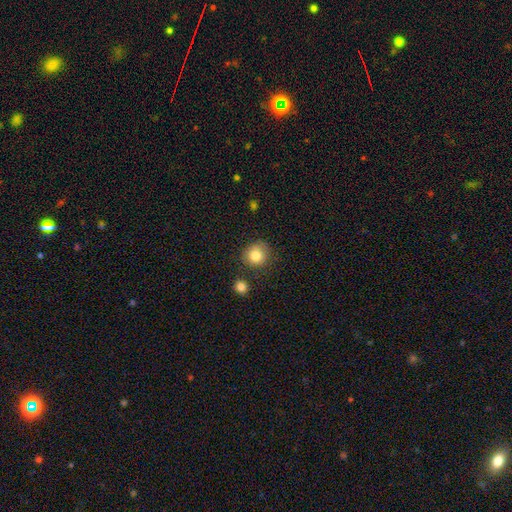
A smooth galaxy with no disk features (89%) that is round (88%).

Vote fractions:
- Smooth or featured? smooth: 89% / featured or disk: 8% / star or artifact: 3%
- How rounded? round: 88% / in between: 12% / cigar-shaped: 0%
- Merging? none: 73% / minor disturbance: 22% / major disturbance: 3% / merger: 3%